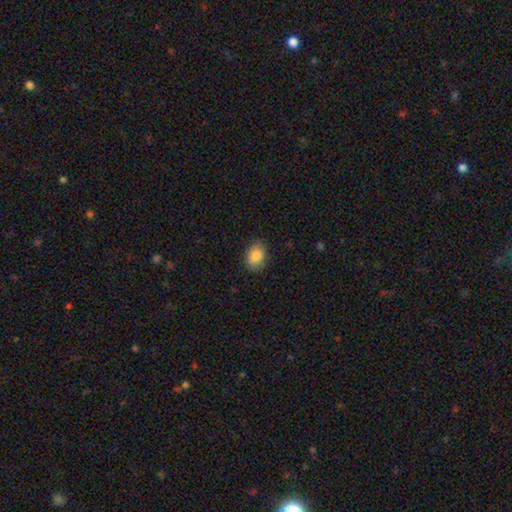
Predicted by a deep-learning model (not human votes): A smooth galaxy with no disk features (87%) that is in between round and cigar-shaped (70%). Merging: none (82%).